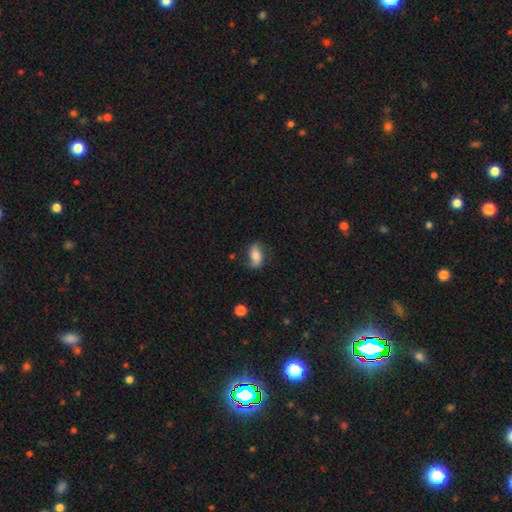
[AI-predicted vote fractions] Overall: smooth (60%; featured or disk 32%). How rounded: in between (87%). Merging: none (66%).